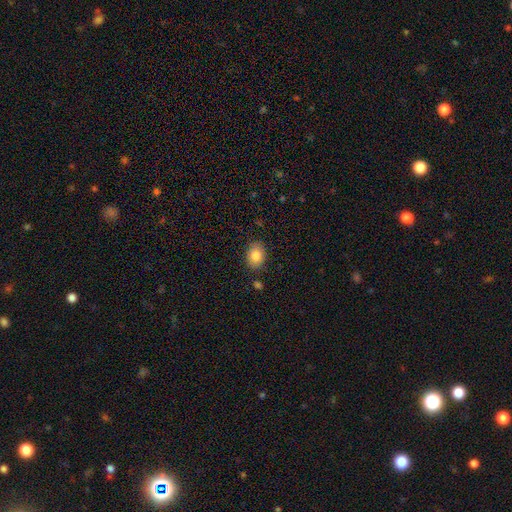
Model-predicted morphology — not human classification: Smooth or featured: smooth — 84% (star or artifact — 8%)
How rounded: in between — 70% (round — 29%)
Merging: none — 84% (minor disturbance — 11%)